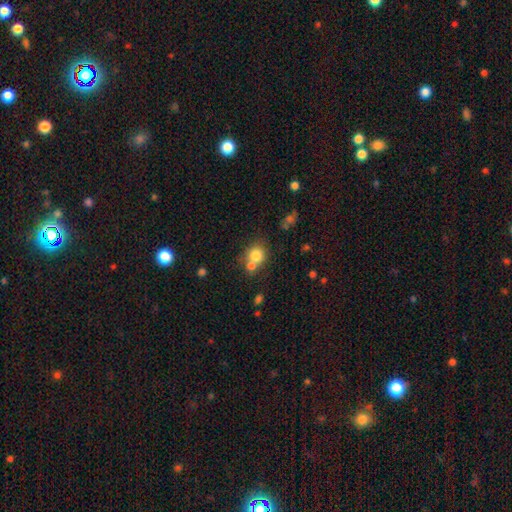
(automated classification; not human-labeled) Smooth or featured? smooth (78%)
How rounded? round (81%)
Merging? none (47%)